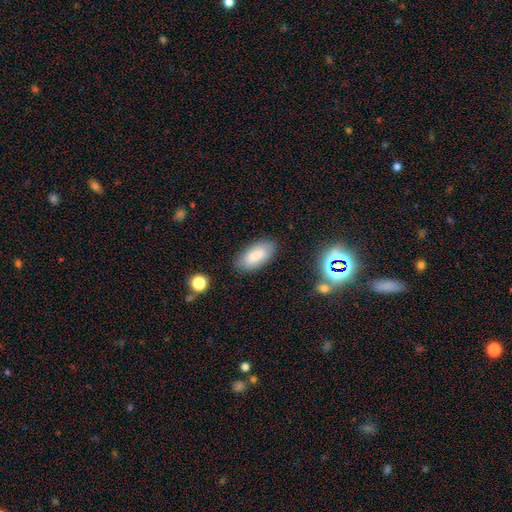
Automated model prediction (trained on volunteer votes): Morphology: type=smooth (84%); roundness=in between (90%); merging=none (84%).